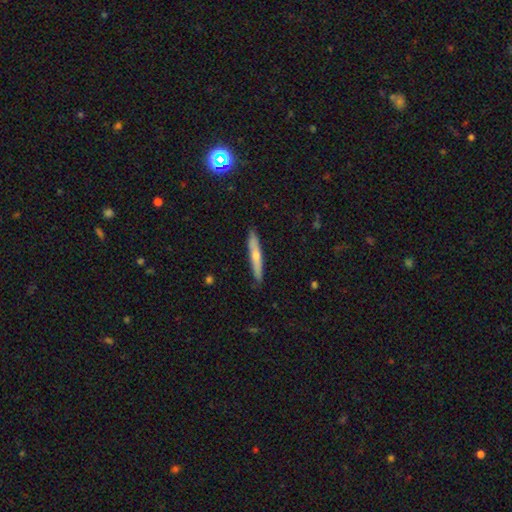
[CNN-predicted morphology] Overall: featured or disk (57%; smooth 35%). Edge-on disk: yes (95%). Edge-on bulge: rounded (76%). Merging: none (89%).